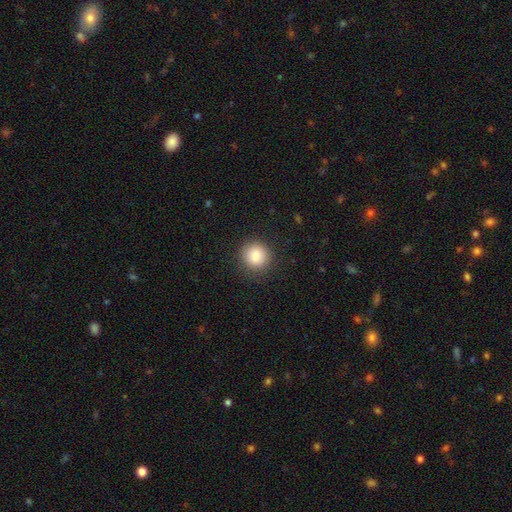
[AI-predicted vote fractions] Morphology: type=smooth (83%); roundness=round (93%); merging=none (90%).